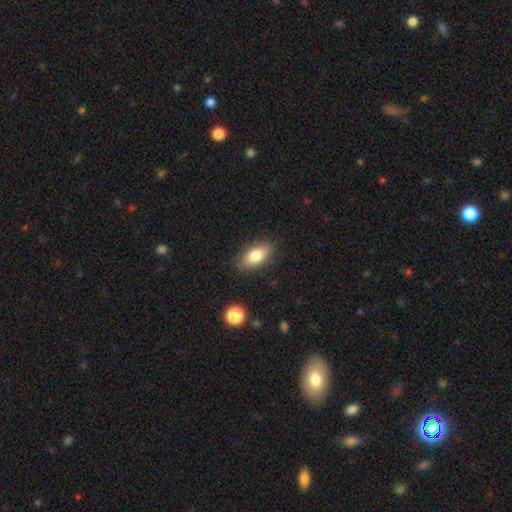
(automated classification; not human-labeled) smooth_or_featured: smooth (p=0.80) [alt: featured or disk p=0.12]
how_rounded: in between (p=0.86) [alt: cigar-shaped p=0.10]
merging: none (p=0.84) [alt: minor disturbance p=0.12]